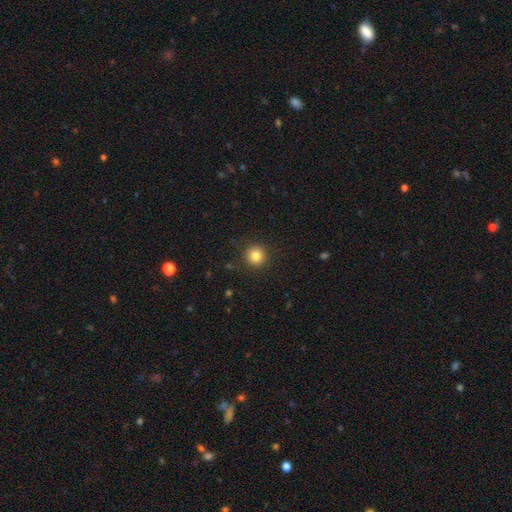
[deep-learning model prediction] smooth 83%, star or artifact 11%, featured or disk 5%. Down the decision tree: how rounded — round (94%); merging — none (91%).